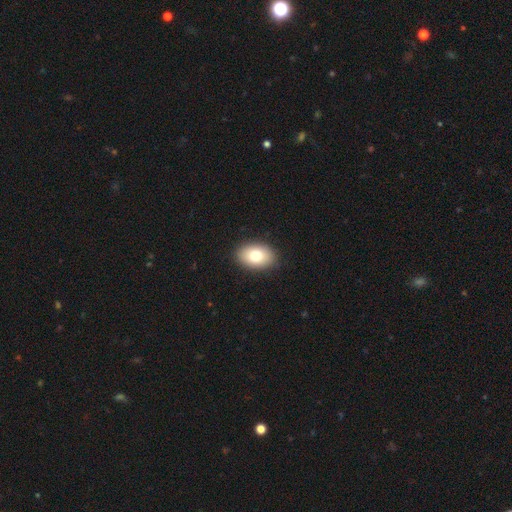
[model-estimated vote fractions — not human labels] A smooth galaxy with no disk features (79%) that is in between round and cigar-shaped (87%).

Vote fractions:
- Smooth or featured? smooth: 79% / featured or disk: 13% / star or artifact: 8%
- How rounded? in between: 87% / round: 11% / cigar-shaped: 1%
- Merging? none: 89% / minor disturbance: 8% / major disturbance: 2% / merger: 1%